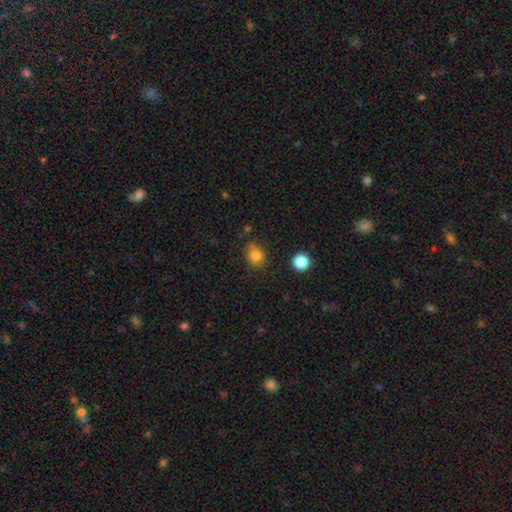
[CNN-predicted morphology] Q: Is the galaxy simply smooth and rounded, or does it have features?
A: smooth — 81%.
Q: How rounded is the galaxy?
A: round — 80%.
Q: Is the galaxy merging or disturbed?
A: none — 73%.